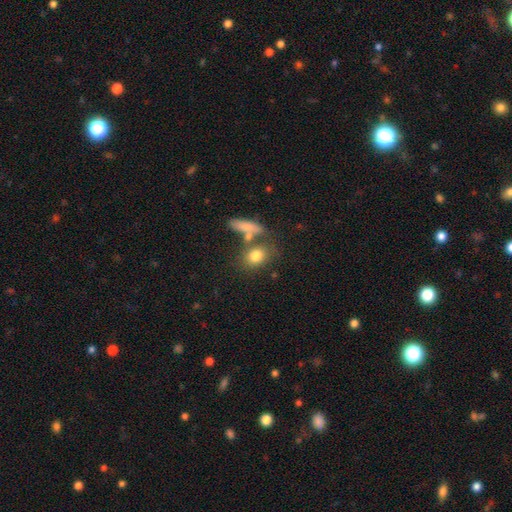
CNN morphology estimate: Smooth or featured? Predicted: smooth (p=0.79). How rounded? Predicted: in between (p=0.50). Merging? Predicted: none (p=0.57).